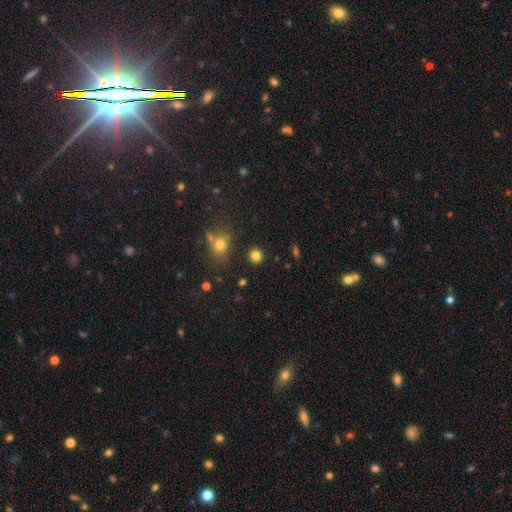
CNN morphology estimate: Smooth or featured? smooth (82%)
How rounded? round (88%)
Merging? none (87%)